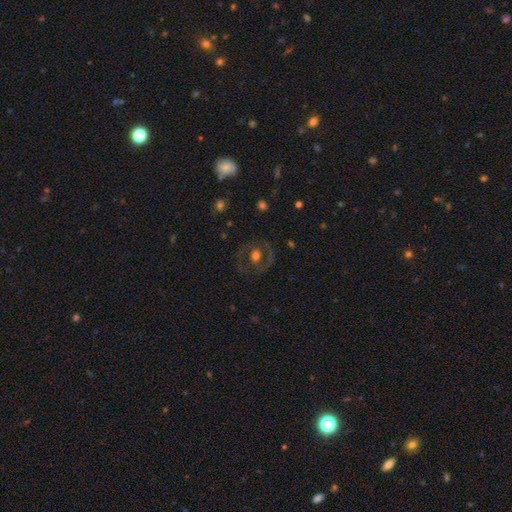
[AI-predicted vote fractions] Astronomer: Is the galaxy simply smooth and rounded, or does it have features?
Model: featured or disk — 50% (runner-up: smooth, 40%).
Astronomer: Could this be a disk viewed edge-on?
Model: no — 95%.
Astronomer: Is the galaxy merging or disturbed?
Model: none — 76%.